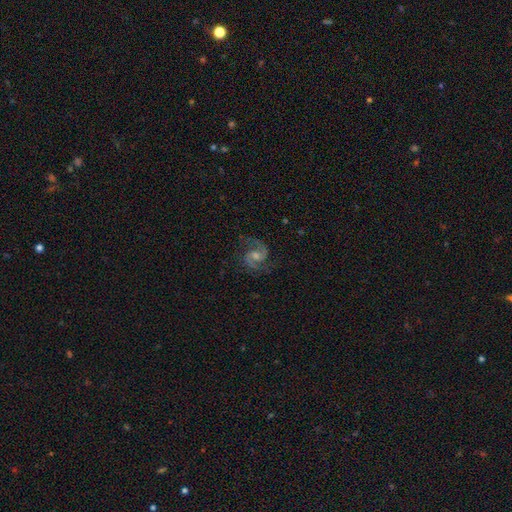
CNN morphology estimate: Smooth or featured? Predicted: featured or disk (p=0.90). Edge-on disk? Predicted: no (p=0.98). Bar? Predicted: weak (p=0.48). Spiral arms? Predicted: yes (p=0.98). Spiral winding? Predicted: medium (p=0.64). Spiral arm count? Predicted: 2 (p=0.94). Bulge size? Predicted: moderate (p=0.48). Merging? Predicted: none (p=0.83).